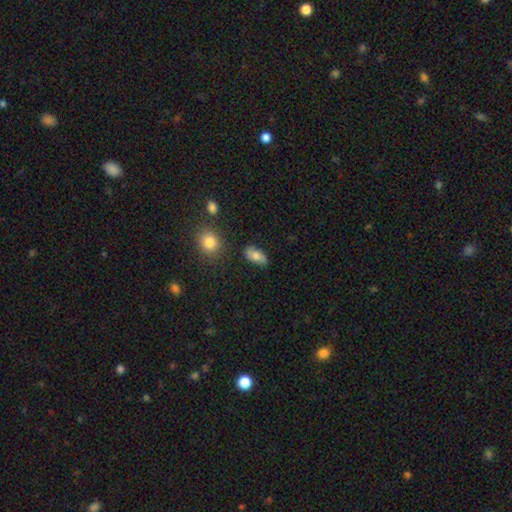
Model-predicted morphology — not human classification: Smooth or featured? smooth (65%)
How rounded? in between (87%)
Merging? none (68%)